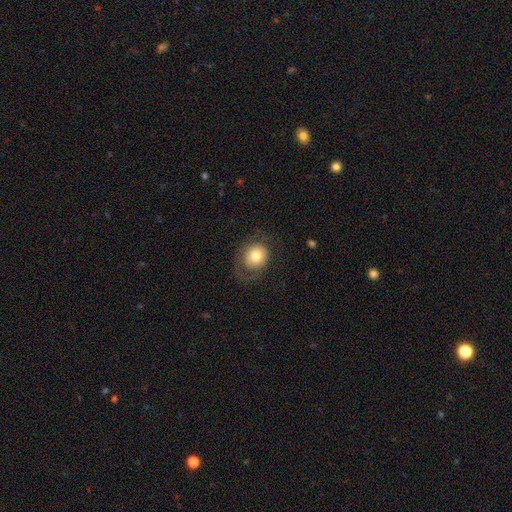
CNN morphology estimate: Smooth or featured: smooth — 69% (featured or disk — 22%)
How rounded: round — 70% (in between — 29%)
Merging: none — 61% (minor disturbance — 19%)